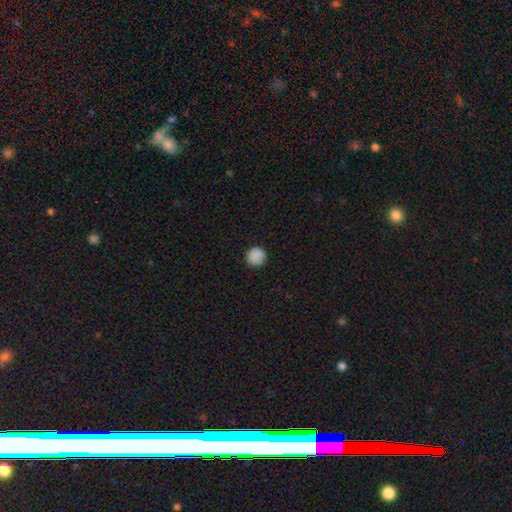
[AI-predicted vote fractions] smooth_or_featured: smooth (p=0.89) [alt: star or artifact p=0.08]
how_rounded: round (p=0.94) [alt: in between p=0.05]
merging: none (p=0.91) [alt: minor disturbance p=0.06]